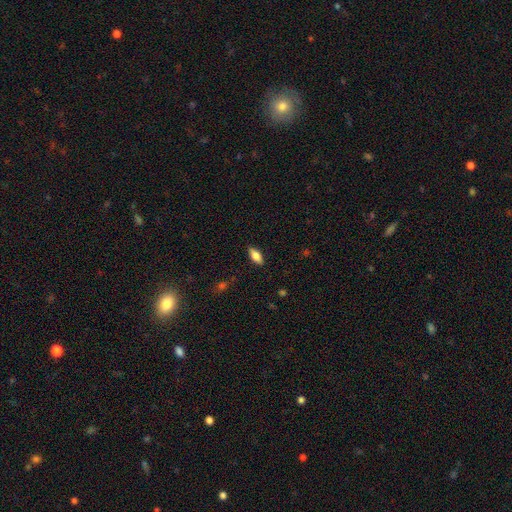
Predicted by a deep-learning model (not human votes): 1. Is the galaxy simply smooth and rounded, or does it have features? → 73% smooth, 20% featured or disk, 7% star or artifact.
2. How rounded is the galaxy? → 80% in between, 18% cigar-shaped, 3% round.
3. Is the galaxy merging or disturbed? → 87% none, 9% minor disturbance, 2% major disturbance, 1% merger.